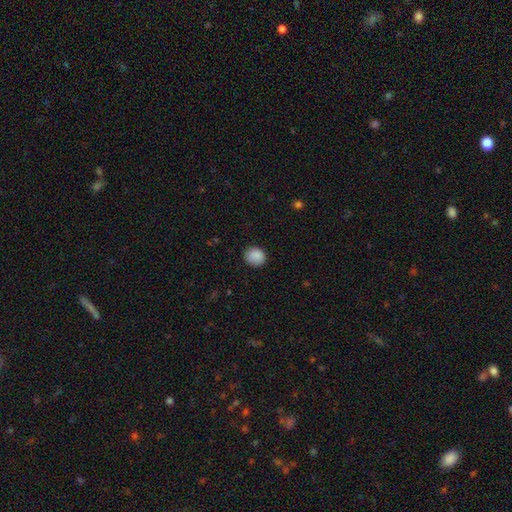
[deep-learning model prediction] This appears to be a smooth galaxy with no disk features (89%) that is round (76%). Merging: none (85%).